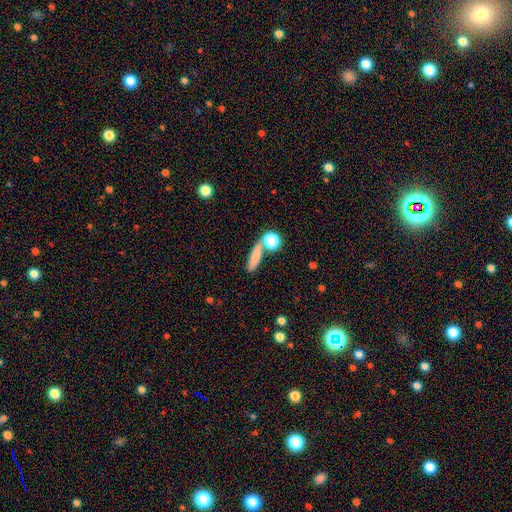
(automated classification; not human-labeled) Smooth or featured? Predicted: smooth (p=0.76). How rounded? Predicted: cigar-shaped (p=0.56). Merging? Predicted: none (p=0.59).